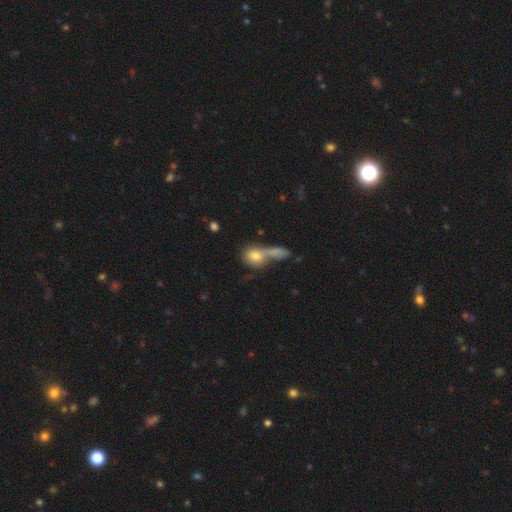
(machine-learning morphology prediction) Q: Smooth or featured?
A: smooth (76%); runner-up: featured or disk (15%)
Q: How rounded?
A: round (52%); runner-up: in between (42%)
Q: Merging?
A: merger (52%); runner-up: none (28%)